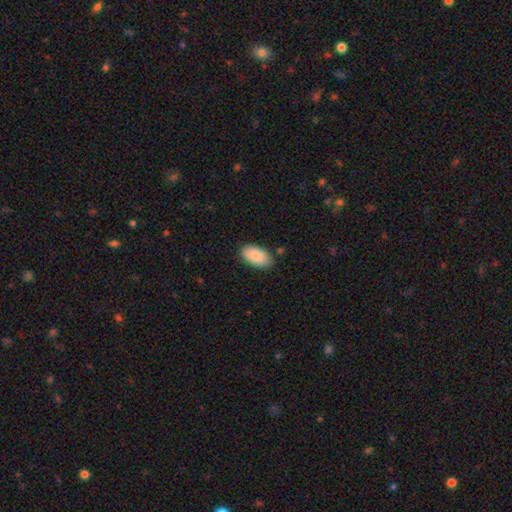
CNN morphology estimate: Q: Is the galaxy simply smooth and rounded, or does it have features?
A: smooth — 87%.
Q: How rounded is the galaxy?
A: in between — 95%.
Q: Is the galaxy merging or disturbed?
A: none — 82%.